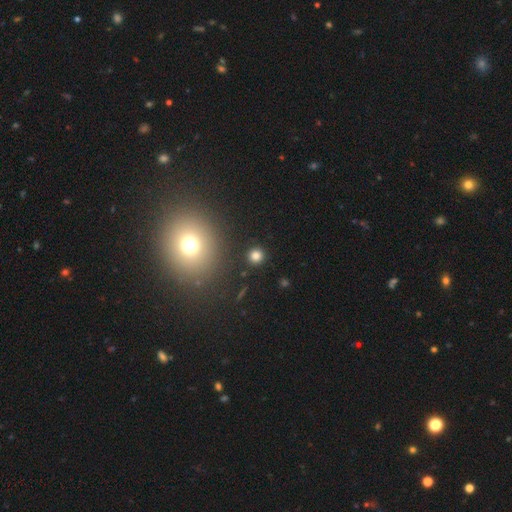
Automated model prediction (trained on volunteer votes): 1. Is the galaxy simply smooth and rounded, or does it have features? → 80% smooth, 15% star or artifact, 5% featured or disk.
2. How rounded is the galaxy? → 91% round, 8% in between, 1% cigar-shaped.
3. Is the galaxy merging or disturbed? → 90% none, 5% minor disturbance, 2% merger, 2% major disturbance.